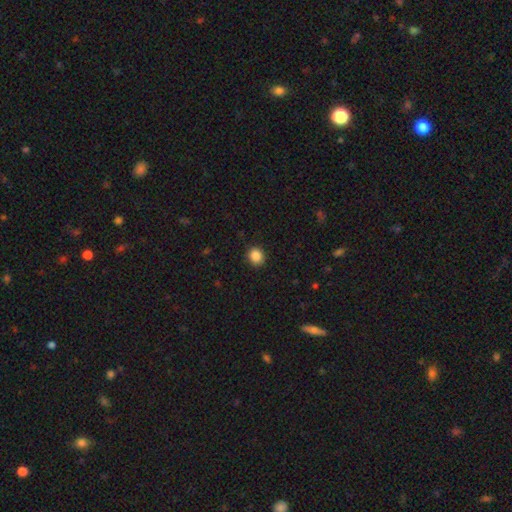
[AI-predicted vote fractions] The model was most divided on "how rounded": round: 80%, in between: 19%, cigar-shaped: 1%. More confident: merging — none (90%); smooth or featured — smooth (87%).